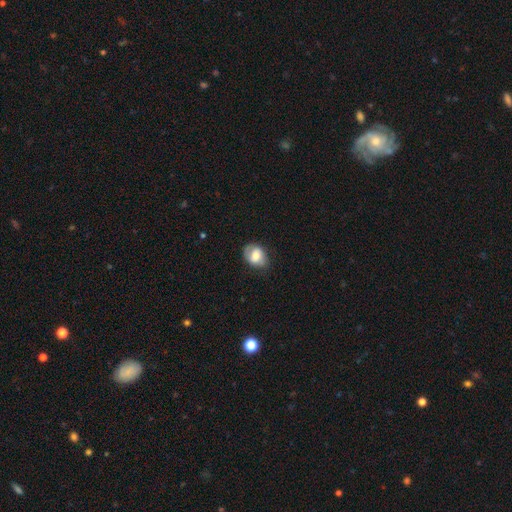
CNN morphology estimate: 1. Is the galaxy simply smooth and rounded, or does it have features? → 62% smooth, 30% featured or disk, 8% star or artifact.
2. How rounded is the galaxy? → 65% in between, 34% round, 1% cigar-shaped.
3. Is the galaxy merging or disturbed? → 65% none, 25% minor disturbance, 8% major disturbance, 1% merger.